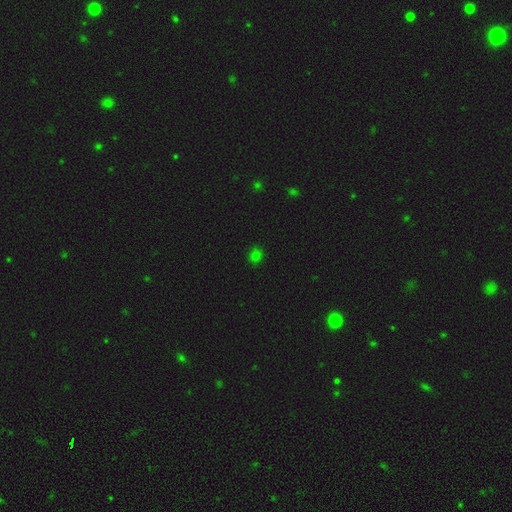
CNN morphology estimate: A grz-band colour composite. It shows a smooth galaxy with no disk features (74%) that is round (85%). Merging: none (89%).